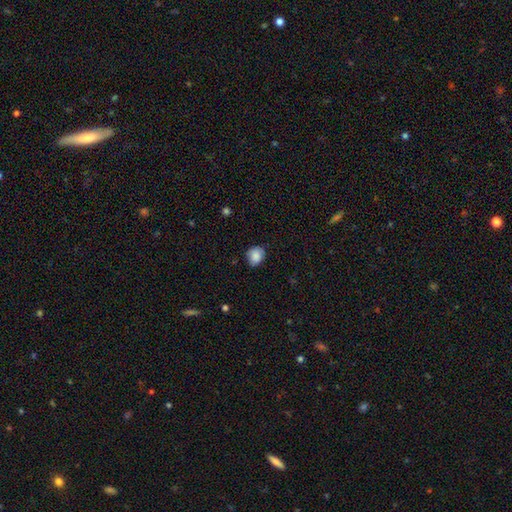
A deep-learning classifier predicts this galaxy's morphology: Q: Smooth or featured?
A: smooth (86%); runner-up: star or artifact (8%)
Q: How rounded?
A: round (64%); runner-up: in between (35%)
Q: Merging?
A: none (71%); runner-up: minor disturbance (24%)